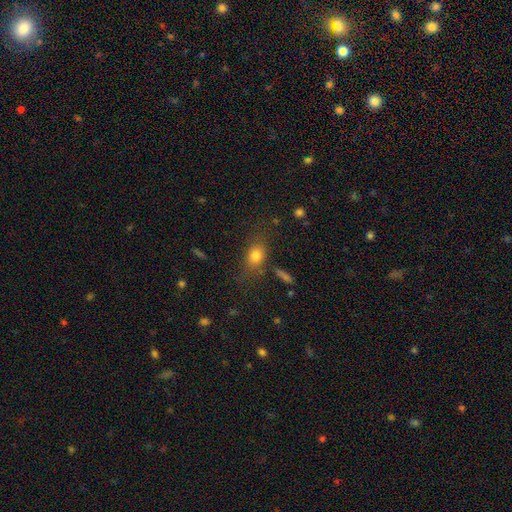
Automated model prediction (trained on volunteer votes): Morphology: type=smooth (77%); roundness=in between (61%); merging=none (66%).